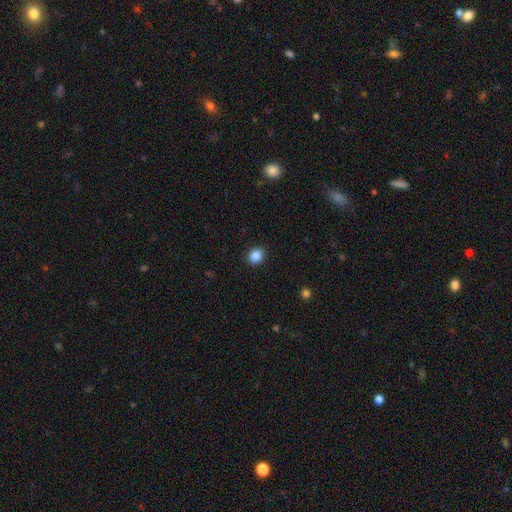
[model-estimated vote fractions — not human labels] This appears to be a smooth galaxy with no disk features (87%) that is round (57%). Merging: none (89%).